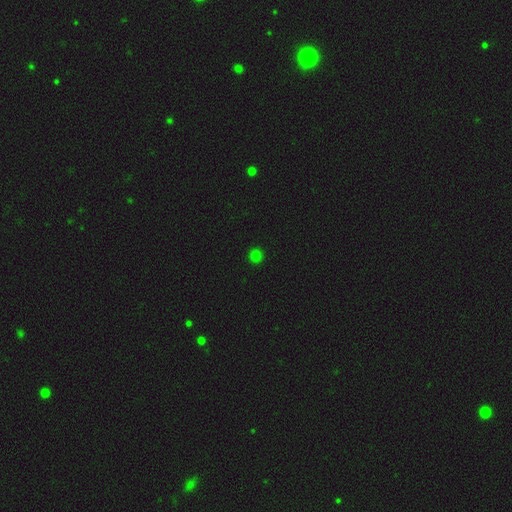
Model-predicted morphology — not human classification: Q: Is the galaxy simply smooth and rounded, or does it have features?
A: smooth — 79%.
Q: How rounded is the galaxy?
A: round — 95%.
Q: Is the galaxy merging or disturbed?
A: none — 93%.